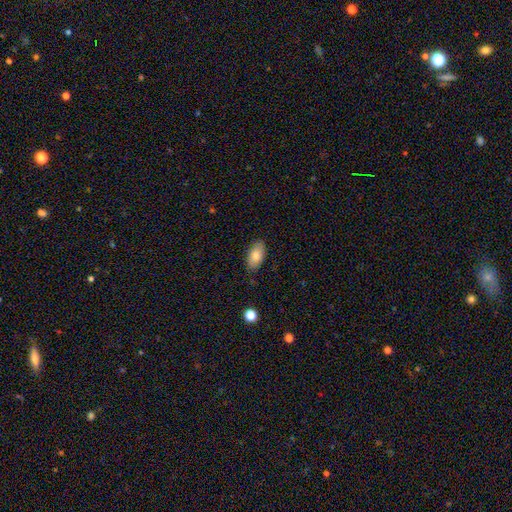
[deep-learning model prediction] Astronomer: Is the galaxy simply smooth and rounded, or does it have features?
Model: smooth — 82%.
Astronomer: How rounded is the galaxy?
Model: in between — 93%.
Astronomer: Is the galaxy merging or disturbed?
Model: none — 84%.